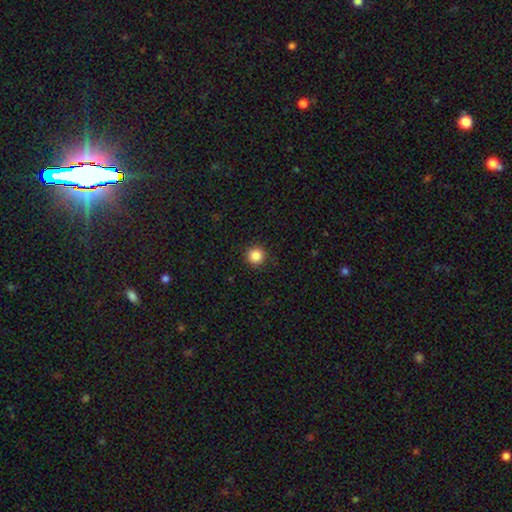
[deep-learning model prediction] Overall: smooth (86%). How rounded: round (96%). Merging: none (92%).